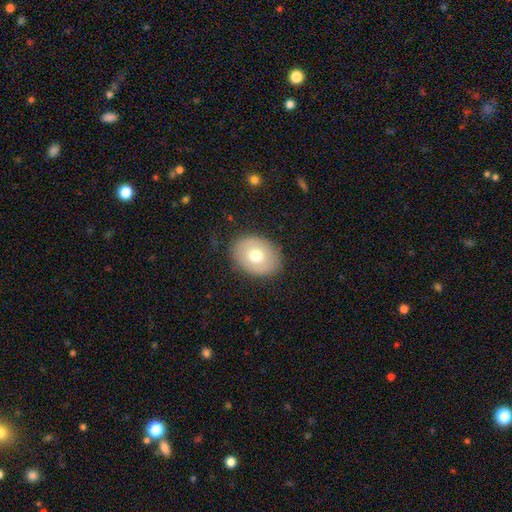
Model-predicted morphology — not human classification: A smooth galaxy with no disk features (68%) that is in between round and cigar-shaped (61%).

Vote fractions:
- Smooth or featured? smooth: 68% / featured or disk: 24% / star or artifact: 8%
- How rounded? in between: 61% / round: 38% / cigar-shaped: 1%
- Merging? none: 86% / minor disturbance: 10% / major disturbance: 3% / merger: 1%